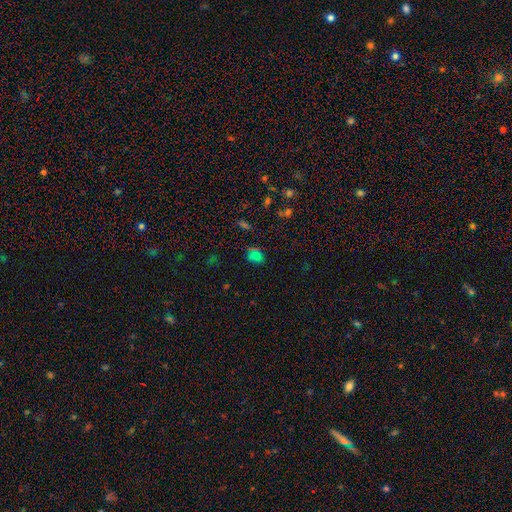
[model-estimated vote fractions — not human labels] This is likely a smooth galaxy (61%). How rounded: possibly round (49%, tied with in between). Merging: likely none (76%).